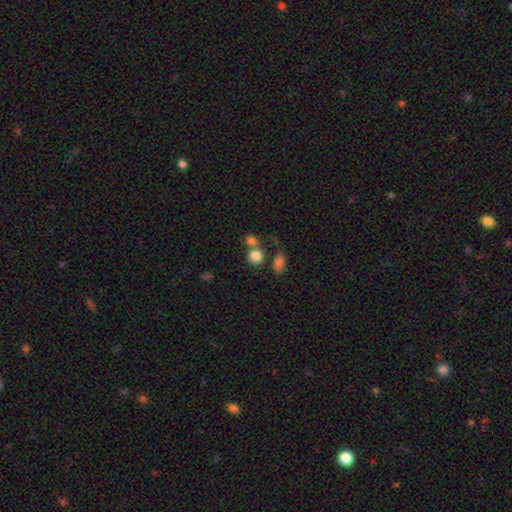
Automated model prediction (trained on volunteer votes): Morphology: type=smooth (82%); roundness=round (85%); merging=none (56%).